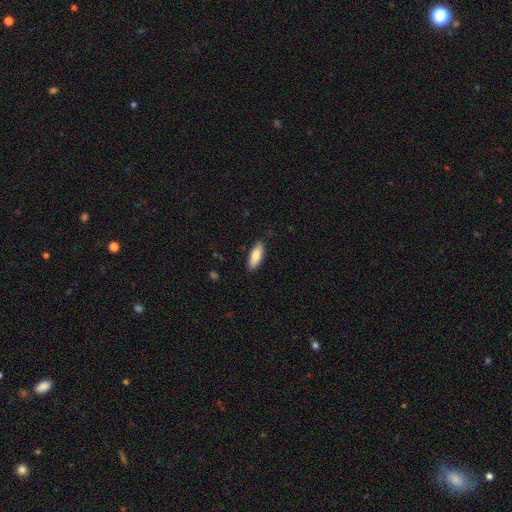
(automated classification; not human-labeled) Smooth or featured?
  - smooth: 82% *
  - featured or disk: 13%
  - star or artifact: 6%
How rounded?
  - in between: 69% *
  - cigar-shaped: 29%
  - round: 2%
Merging?
  - none: 85% *
  - minor disturbance: 12%
  - major disturbance: 2%
  - merger: 1%